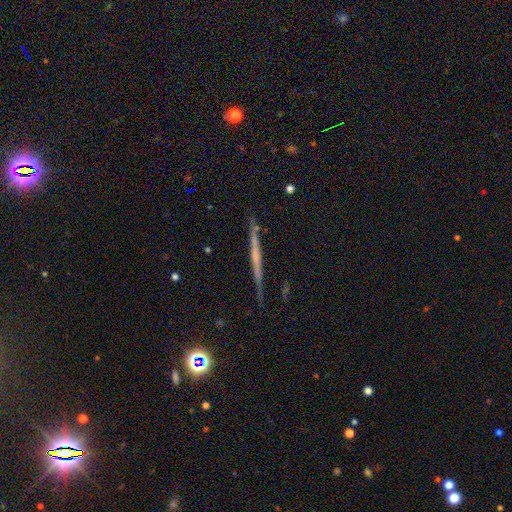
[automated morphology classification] Overall: featured or disk (63%; smooth 28%). Edge-on disk: yes (97%). Edge-on bulge: none (80%). Merging: none (86%).